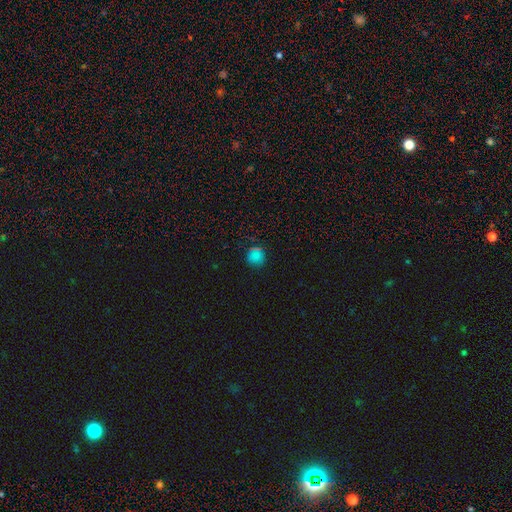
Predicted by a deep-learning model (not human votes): A smooth galaxy with no disk features (68%) that is round (91%).

Vote fractions:
- Smooth or featured? smooth: 68% / star or artifact: 27% / featured or disk: 5%
- How rounded? round: 91% / in between: 8% / cigar-shaped: 1%
- Merging? none: 84% / minor disturbance: 10% / major disturbance: 3% / merger: 2%